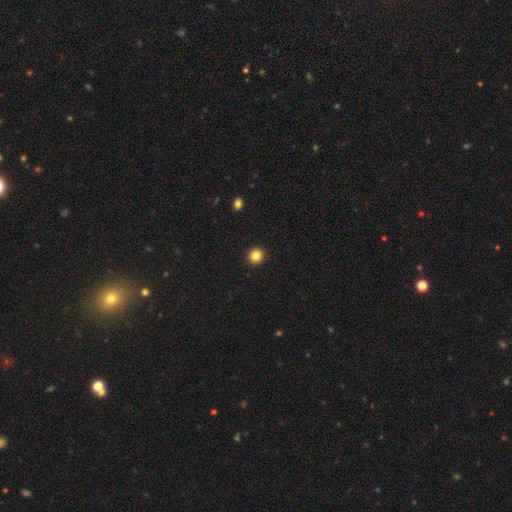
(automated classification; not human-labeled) The model was most divided on "smooth or featured": smooth: 85%, star or artifact: 11%, featured or disk: 4%. More confident: merging — none (94%); how rounded — round (93%).